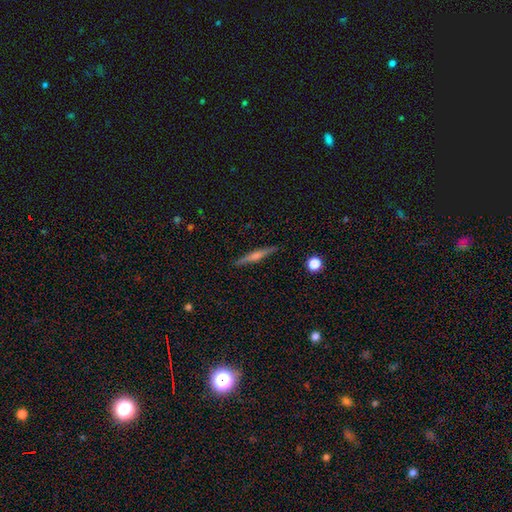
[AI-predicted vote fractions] smooth_or_featured: featured or disk (p=0.73) [alt: smooth p=0.20]
disk_edge_on: yes (p=0.98) [alt: no p=0.02]
edge_on_bulge: rounded (p=0.79) [alt: none p=0.11]
merging: none (p=0.92) [alt: minor disturbance p=0.06]